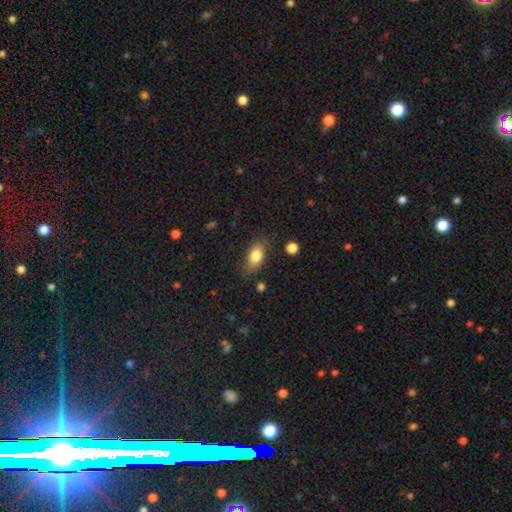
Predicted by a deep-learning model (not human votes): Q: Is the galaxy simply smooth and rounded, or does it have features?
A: smooth — 78%.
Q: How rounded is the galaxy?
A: in between — 82%.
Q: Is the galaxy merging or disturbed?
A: none — 72%.